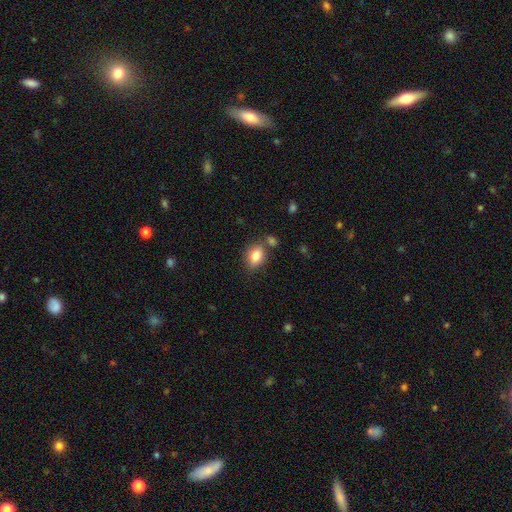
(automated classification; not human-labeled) Smooth or featured? smooth (81%)
How rounded? in between (75%)
Merging? none (67%)